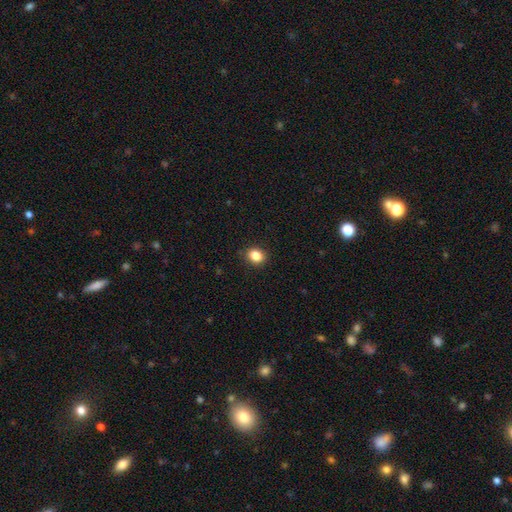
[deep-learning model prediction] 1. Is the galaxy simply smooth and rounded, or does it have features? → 85% smooth, 10% star or artifact, 5% featured or disk.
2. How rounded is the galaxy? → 55% round, 44% in between, 1% cigar-shaped.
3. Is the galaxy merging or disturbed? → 90% none, 7% minor disturbance, 2% major disturbance, 1% merger.